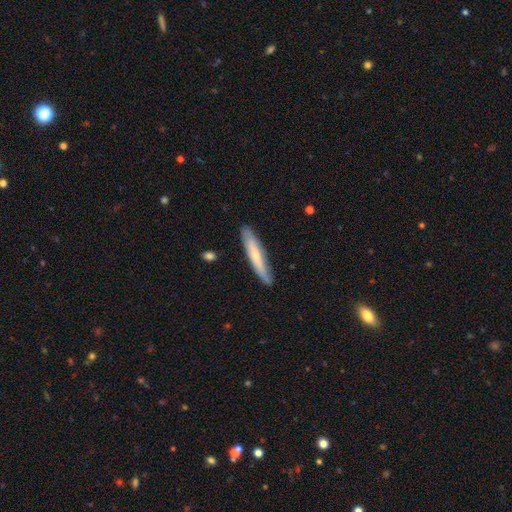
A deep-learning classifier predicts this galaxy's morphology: Overall: smooth (54%; featured or disk 40%). How rounded: cigar-shaped (91%). Merging: none (86%).